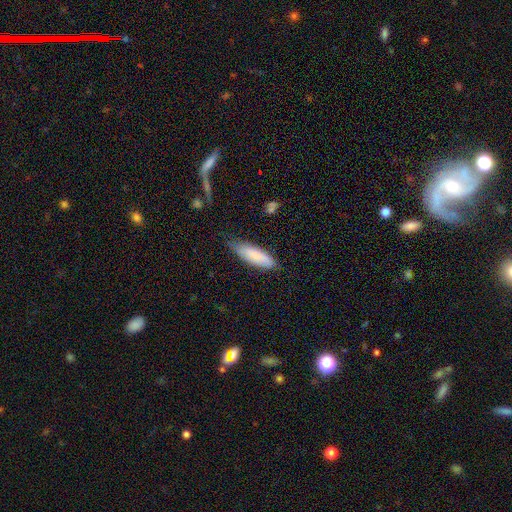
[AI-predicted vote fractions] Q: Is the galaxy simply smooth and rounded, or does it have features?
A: smooth — 83%.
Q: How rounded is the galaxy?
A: in between — 53%.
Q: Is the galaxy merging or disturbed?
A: none — 68%.